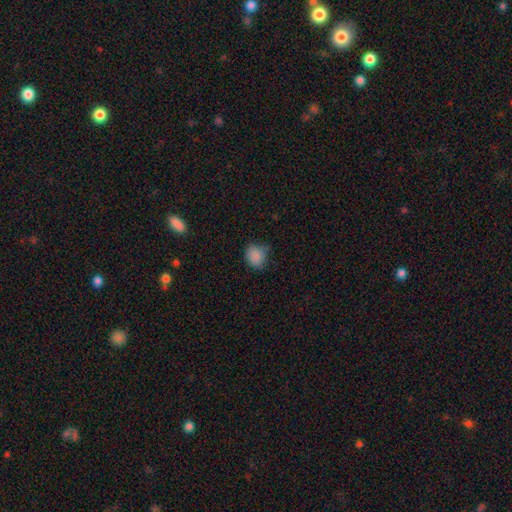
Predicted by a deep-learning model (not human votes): Overall: smooth (86%). How rounded: round (71%). Merging: none (65%; minor disturbance 28%).